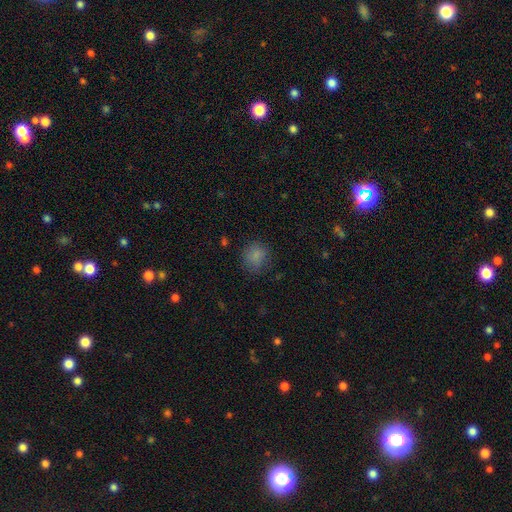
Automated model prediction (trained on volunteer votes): smooth-or-featured: smooth: 82% | star or artifact: 12% | featured or disk: 6%
  how-rounded: round: 78% | in between: 21% | cigar-shaped: 1%
  merging: none: 76% | minor disturbance: 17% | major disturbance: 6% | merger: 1%